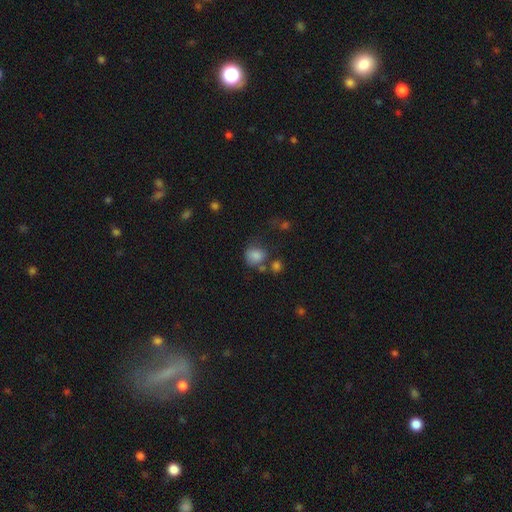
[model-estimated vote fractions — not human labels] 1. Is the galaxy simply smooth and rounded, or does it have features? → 79% smooth, 11% star or artifact, 10% featured or disk.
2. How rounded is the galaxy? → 66% round, 33% in between, 1% cigar-shaped.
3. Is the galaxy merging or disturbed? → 45% none, 22% minor disturbance, 20% merger, 14% major disturbance.